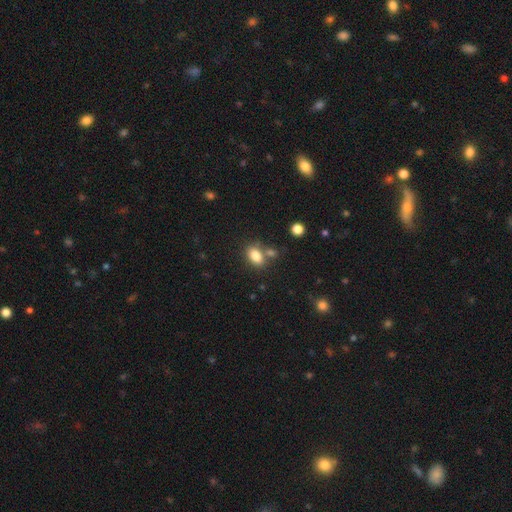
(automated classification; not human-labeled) Morphology: type=smooth (83%); roundness=in between (84%); merging=none (61%).